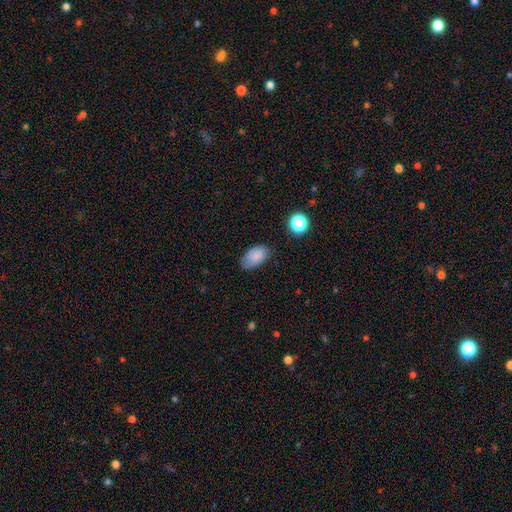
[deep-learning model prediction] Smooth or featured? Predicted: smooth (p=0.78). How rounded? Predicted: in between (p=0.92). Merging? Predicted: none (p=0.70).